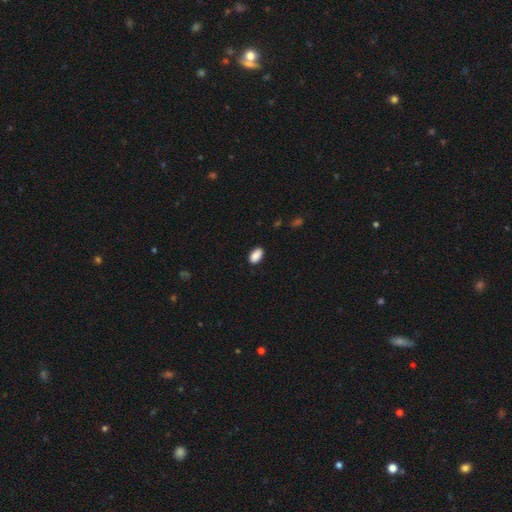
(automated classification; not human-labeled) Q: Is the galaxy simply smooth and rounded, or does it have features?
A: smooth — 90%.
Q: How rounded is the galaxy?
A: in between — 93%.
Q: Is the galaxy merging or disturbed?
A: none — 85%.